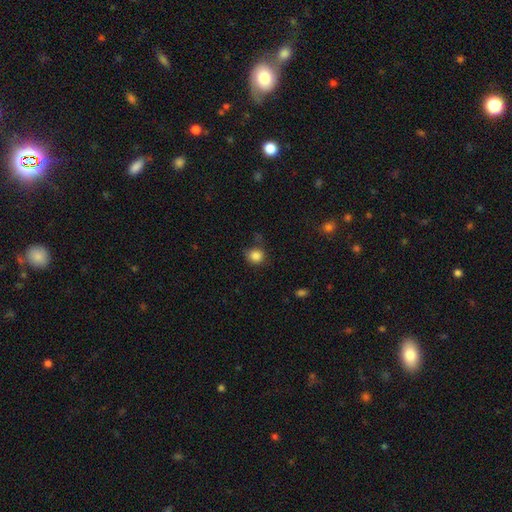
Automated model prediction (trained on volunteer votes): Q: Smooth or featured?
A: smooth (85%); runner-up: star or artifact (11%)
Q: How rounded?
A: round (83%); runner-up: in between (16%)
Q: Merging?
A: none (73%); runner-up: minor disturbance (19%)